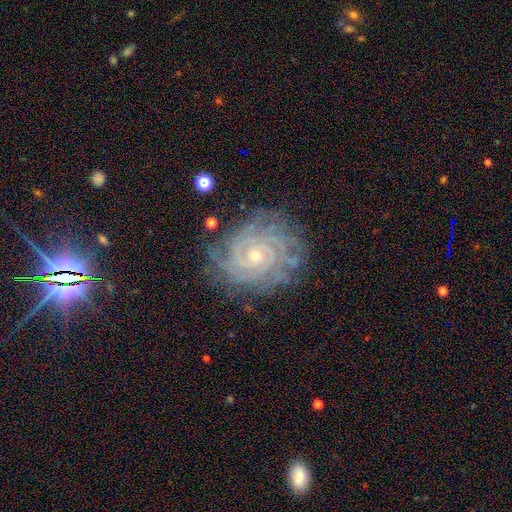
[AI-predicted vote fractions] Smooth or featured: featured or disk — 86% (star or artifact — 8%)
Edge-on disk: no — 97% (yes — 3%)
Bar: no — 78% (weak — 17%)
Spiral arms: yes — 97% (no — 3%)
Spiral winding: tight — 82% (medium — 15%)
Spiral arm count: can't tell — 31% (4 — 20%)
Bulge size: small — 71% (moderate — 26%)
Merging: none — 77% (minor disturbance — 16%)